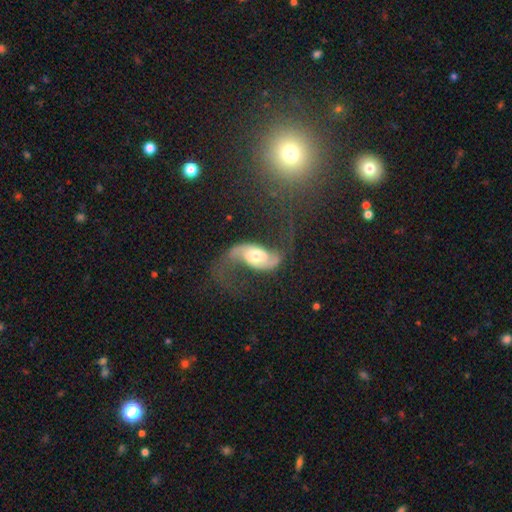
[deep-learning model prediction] A featured or disk galaxy (85%) with no bar (46%), 2 (92%) loose (74%) spiral arms (95%) and a moderate central bulge (61%).

Vote fractions:
- Smooth or featured? featured or disk: 85% / smooth: 10% / star or artifact: 6%
- Edge-on disk? no: 96% / yes: 4%
- Bar? no: 46% / weak: 35% / strong: 19%
- Spiral arms? yes: 95% / no: 5%
- Spiral winding? loose: 74% / medium: 21% / tight: 5%
- Spiral arm count? 2: 92% / 1: 3% / can't tell: 2% / 3: 1% / 4: 1% / more than 4: 1%
- Bulge size? moderate: 61% / small: 20% / large: 16% / dominant: 2% / none: 2%
- Merging? none: 50% / major disturbance: 28% / minor disturbance: 17% / merger: 5%